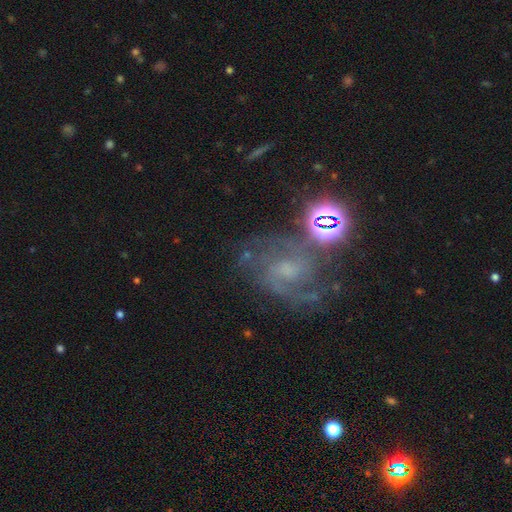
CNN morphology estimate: featured or disk 74%, star or artifact 17%, smooth 9%. Down the decision tree: edge-on disk — no (97%); bar — weak (47%); spiral arms — yes (94%); spiral arm count — 2 (69%); spiral winding — medium (55%); bulge size — small (50%); merging — none (61%).